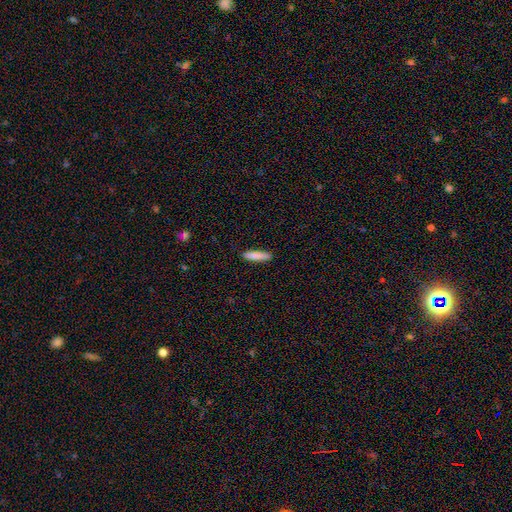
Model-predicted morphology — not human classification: Smooth or featured?
  - smooth: 85% *
  - featured or disk: 9%
  - star or artifact: 6%
How rounded?
  - cigar-shaped: 82% *
  - in between: 16%
  - round: 1%
Merging?
  - none: 89% *
  - minor disturbance: 8%
  - major disturbance: 2%
  - merger: 1%